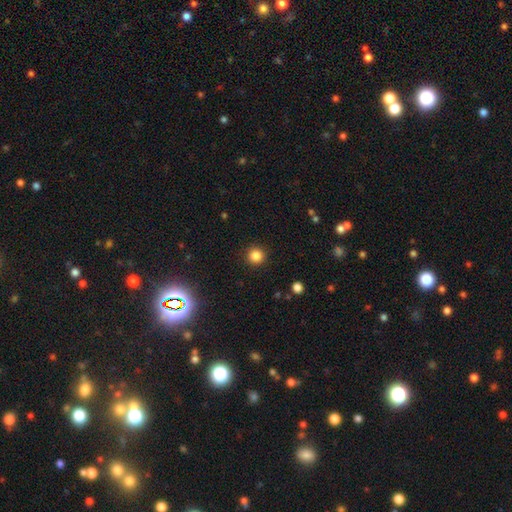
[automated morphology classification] A smooth galaxy with no disk features (84%) that is round (95%). Merging: none (92%).